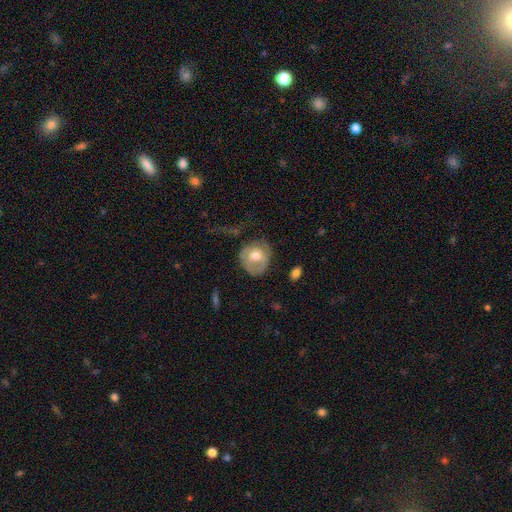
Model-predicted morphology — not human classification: Overall: smooth (51%; featured or disk 42%). How rounded: round (70%). Merging: none (45%; minor disturbance 28%).